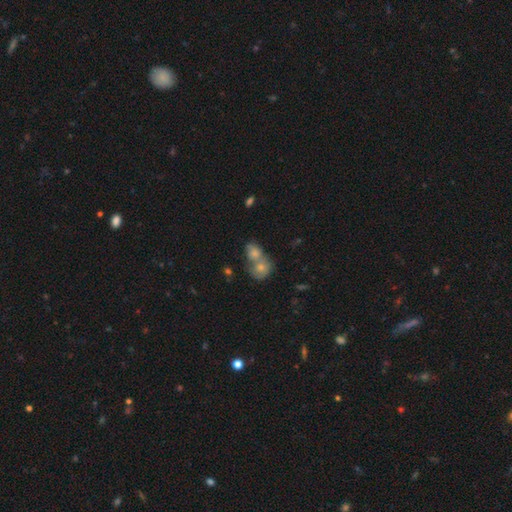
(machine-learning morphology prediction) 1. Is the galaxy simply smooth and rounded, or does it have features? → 61% smooth, 22% featured or disk, 17% star or artifact.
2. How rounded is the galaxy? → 60% round, 38% in between, 2% cigar-shaped.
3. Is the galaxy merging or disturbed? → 60% merger, 30% none, 7% minor disturbance, 4% major disturbance.